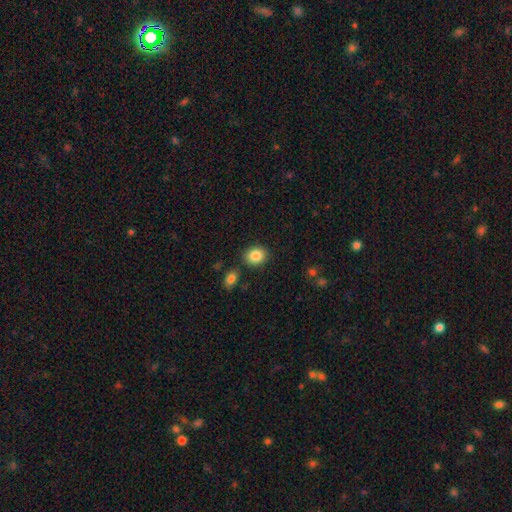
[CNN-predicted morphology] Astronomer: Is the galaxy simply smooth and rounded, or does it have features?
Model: smooth — 86%.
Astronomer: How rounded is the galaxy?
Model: round — 61% (runner-up: in between, 38%).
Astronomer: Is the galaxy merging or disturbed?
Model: none — 83%.